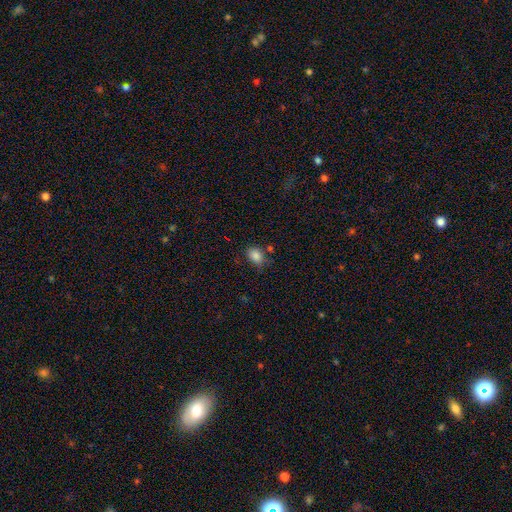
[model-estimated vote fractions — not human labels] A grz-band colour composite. It shows a smooth galaxy with no disk features (85%) that is in between round and cigar-shaped (68%). Merging: none (69%).